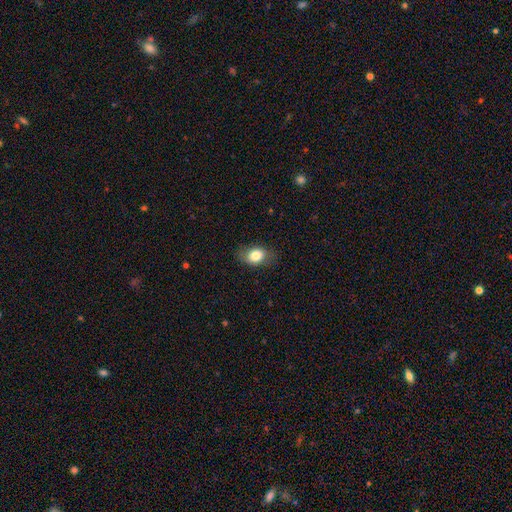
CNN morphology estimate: This appears to be a smooth galaxy with no disk features (80%) that is in between round and cigar-shaped (76%). Merging: none (77%).